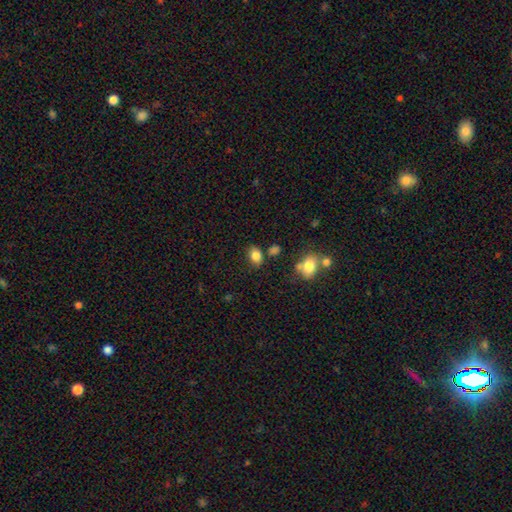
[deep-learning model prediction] Smooth or featured?
  - smooth: 83% *
  - star or artifact: 11%
  - featured or disk: 6%
How rounded?
  - in between: 73% *
  - round: 26%
  - cigar-shaped: 1%
Merging?
  - none: 71% *
  - minor disturbance: 17%
  - merger: 8%
  - major disturbance: 5%